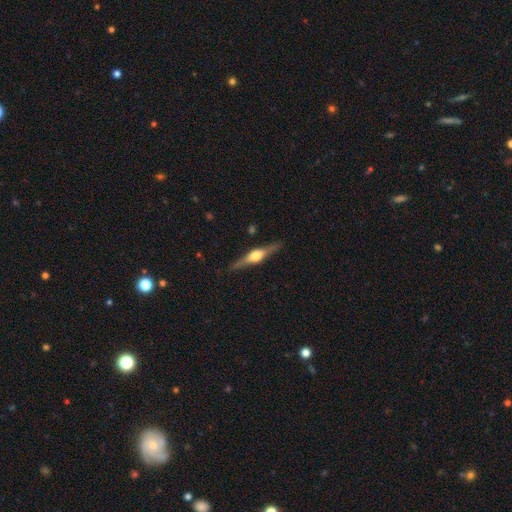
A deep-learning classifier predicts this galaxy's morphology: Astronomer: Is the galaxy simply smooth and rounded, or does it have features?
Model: featured or disk — 77%.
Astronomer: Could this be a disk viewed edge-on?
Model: yes — 98%.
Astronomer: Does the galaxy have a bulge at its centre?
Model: rounded — 91%.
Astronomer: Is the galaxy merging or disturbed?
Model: none — 89%.